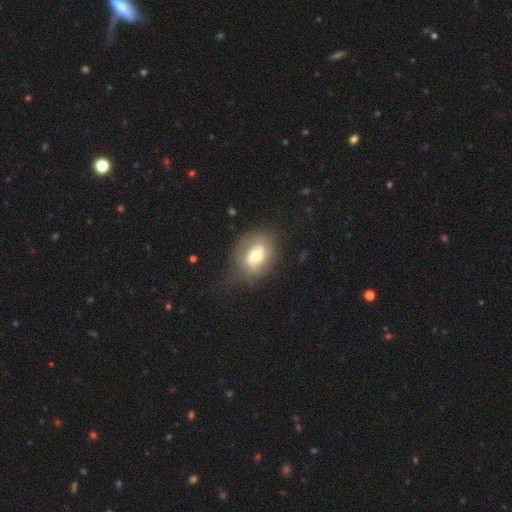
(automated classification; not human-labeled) smooth_or_featured: smooth (p=0.53) [alt: featured or disk p=0.38]
how_rounded: in between (p=0.61) [alt: round p=0.37]
merging: none (p=0.61) [alt: minor disturbance p=0.23]